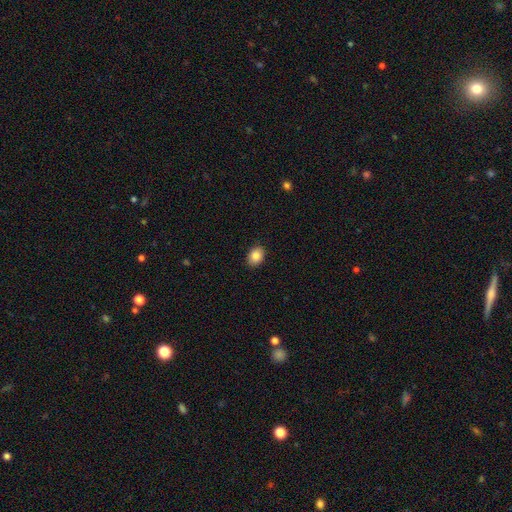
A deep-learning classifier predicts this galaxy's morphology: This is clearly a smooth galaxy (86%). How rounded: likely in between (63%). Merging: clearly none (89%).